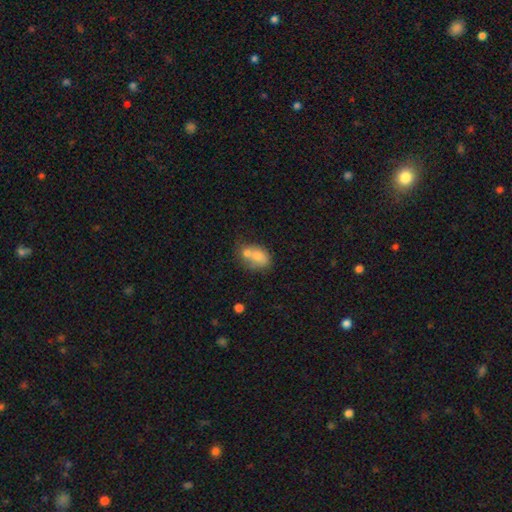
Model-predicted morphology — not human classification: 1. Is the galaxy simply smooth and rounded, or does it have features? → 71% smooth, 20% featured or disk, 9% star or artifact.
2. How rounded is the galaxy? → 68% in between, 30% round, 1% cigar-shaped.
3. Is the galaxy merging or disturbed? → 55% merger, 26% none, 12% minor disturbance, 6% major disturbance.